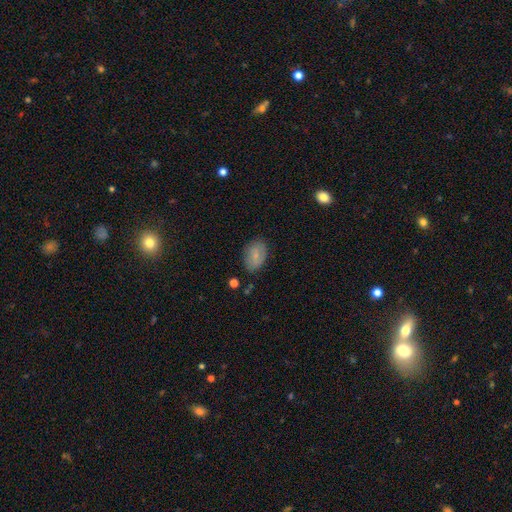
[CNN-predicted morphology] A smooth galaxy with no disk features (75%) that is in between round and cigar-shaped (87%). Merging: none (79%).